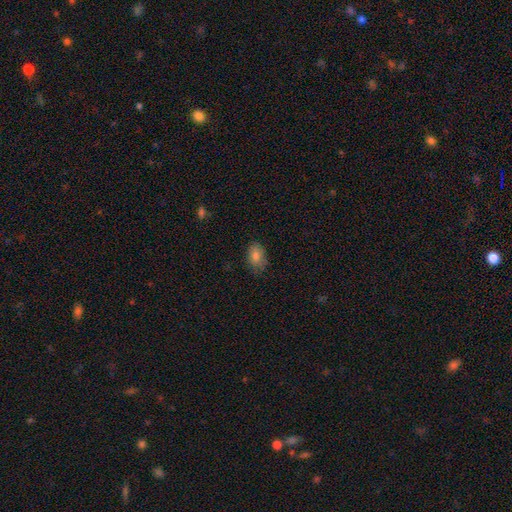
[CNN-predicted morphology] A smooth galaxy with no disk features (81%) that is in between round and cigar-shaped (88%).

Vote fractions:
- Smooth or featured? smooth: 81% / star or artifact: 9% / featured or disk: 9%
- How rounded? in between: 88% / round: 11% / cigar-shaped: 2%
- Merging? none: 77% / minor disturbance: 18% / major disturbance: 4% / merger: 1%